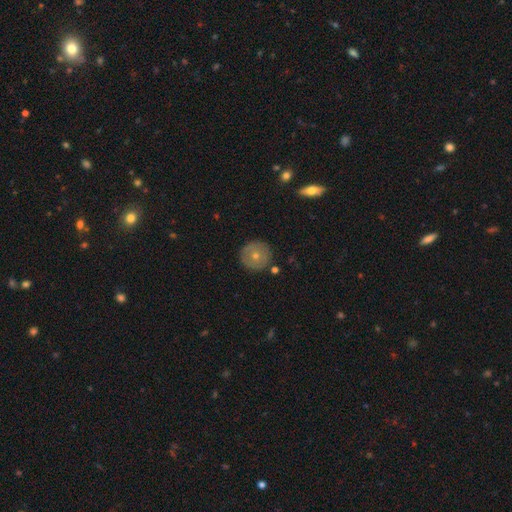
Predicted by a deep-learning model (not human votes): Smooth or featured? Predicted: smooth (p=0.59). How rounded? Predicted: round (p=0.95). Merging? Predicted: none (p=0.87).